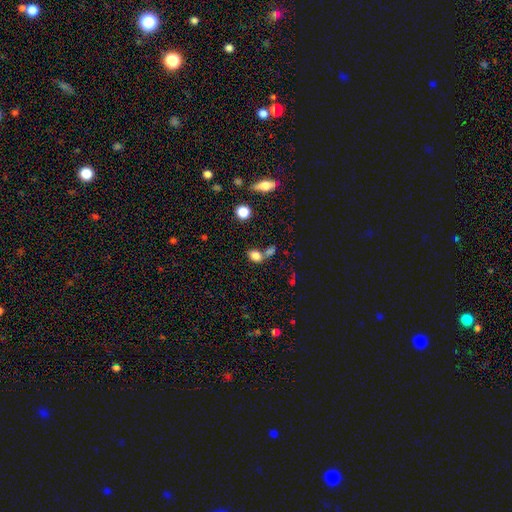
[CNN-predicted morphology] The model was most divided on "merging": none: 47%, merger: 35%, minor disturbance: 12%, major disturbance: 6%. More confident: smooth or featured — smooth (80%); how rounded — in between (74%).